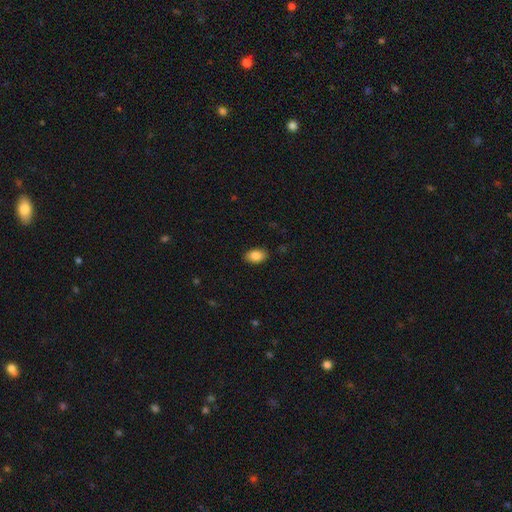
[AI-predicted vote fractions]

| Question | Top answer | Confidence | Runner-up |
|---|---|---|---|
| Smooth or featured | smooth | 86% | star or artifact (8%) |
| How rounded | in between | 88% | round (11%) |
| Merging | none | 88% | minor disturbance (9%) |